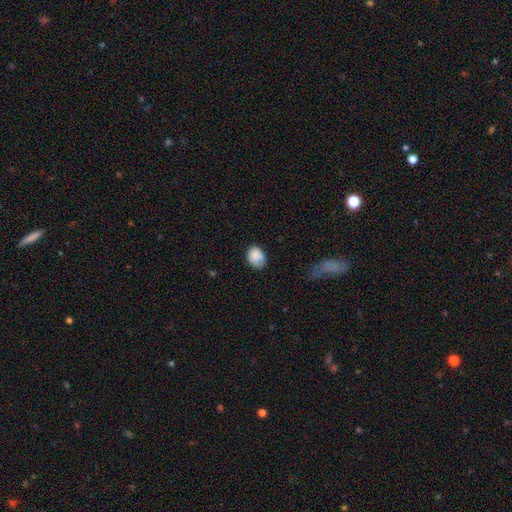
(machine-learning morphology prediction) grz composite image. It shows a smooth galaxy with no disk features (85%) that is in between round and cigar-shaped (63%). Merging: none (61%).